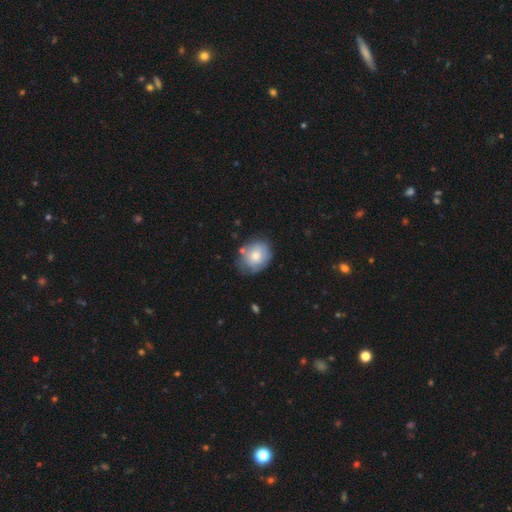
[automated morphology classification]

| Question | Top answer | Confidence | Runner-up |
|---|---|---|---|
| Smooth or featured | smooth | 68% | featured or disk (25%) |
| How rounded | round | 50% | in between (49%) |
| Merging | none | 68% | minor disturbance (22%) |